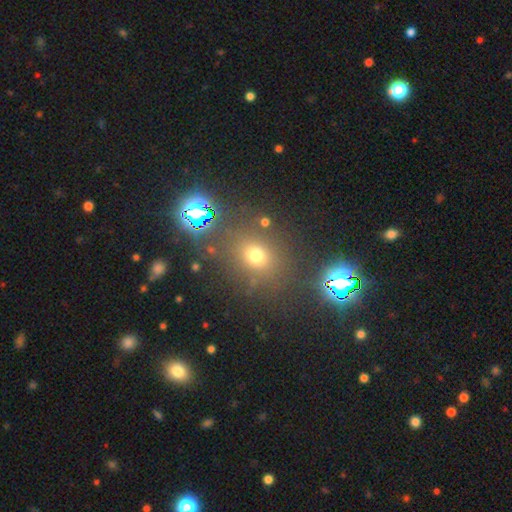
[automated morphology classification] smooth_or_featured: smooth (p=0.65) [alt: star or artifact p=0.26]
how_rounded: round (p=0.67) [alt: in between p=0.31]
merging: none (p=0.77) [alt: minor disturbance p=0.11]